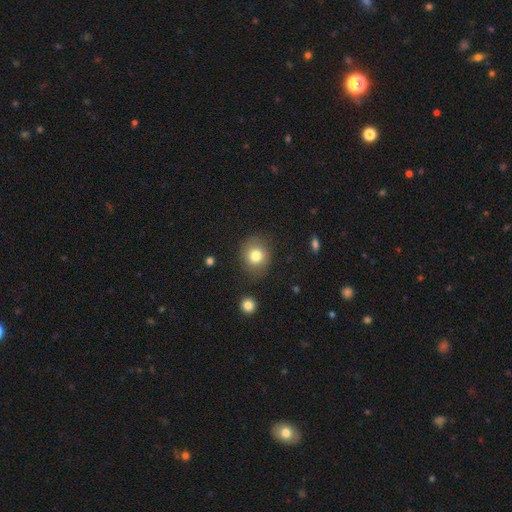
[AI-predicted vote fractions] Q: Smooth or featured?
A: smooth (79%); runner-up: featured or disk (10%)
Q: How rounded?
A: round (76%); runner-up: in between (24%)
Q: Merging?
A: none (82%); runner-up: minor disturbance (12%)